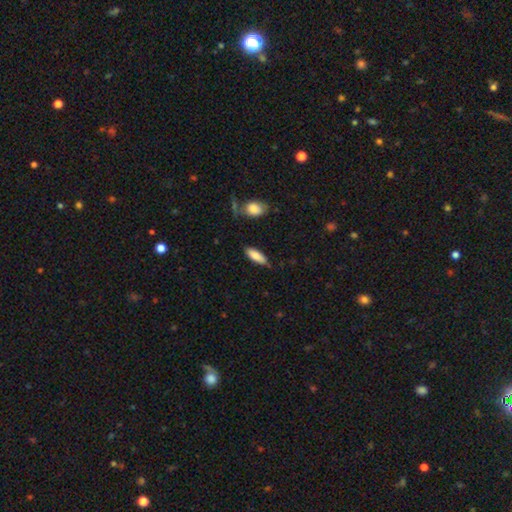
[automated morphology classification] smooth 85%, featured or disk 9%, star or artifact 6%. Down the decision tree: how rounded — in between (66%); merging — none (79%).